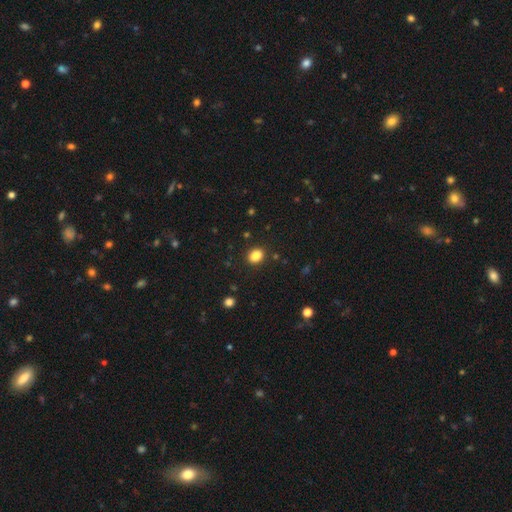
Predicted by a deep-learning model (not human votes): A smooth galaxy with no disk features (86%) that is in between round and cigar-shaped (51%).

Vote fractions:
- Smooth or featured? smooth: 86% / star or artifact: 10% / featured or disk: 4%
- How rounded? in between: 51% / round: 48% / cigar-shaped: 1%
- Merging? none: 88% / minor disturbance: 8% / major disturbance: 3% / merger: 1%